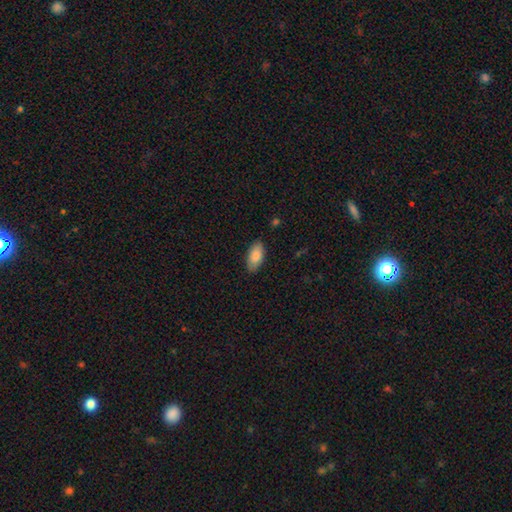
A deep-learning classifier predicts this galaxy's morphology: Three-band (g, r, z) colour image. It shows a smooth galaxy with no disk features (86%) that is in between round and cigar-shaped (93%). Merging: none (85%).